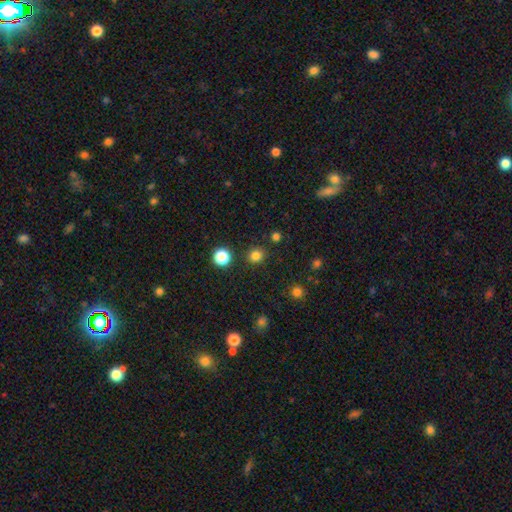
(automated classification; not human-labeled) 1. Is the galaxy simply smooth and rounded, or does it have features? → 81% smooth, 16% star or artifact, 4% featured or disk.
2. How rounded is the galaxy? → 90% round, 9% in between, 1% cigar-shaped.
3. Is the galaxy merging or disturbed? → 89% none, 6% minor disturbance, 2% merger, 2% major disturbance.